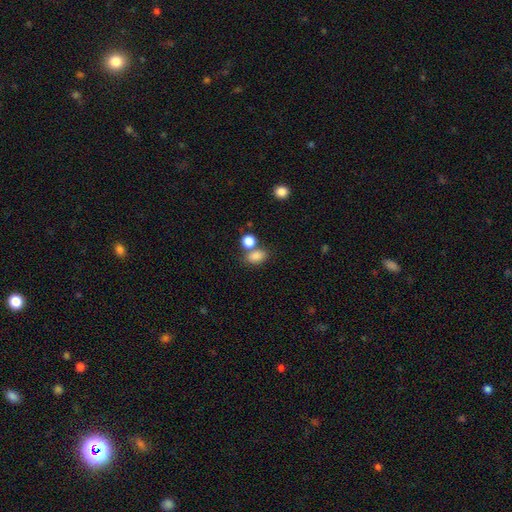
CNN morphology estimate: This is clearly a smooth galaxy (83%). How rounded: likely in between (75%). Merging: possibly none (56%).